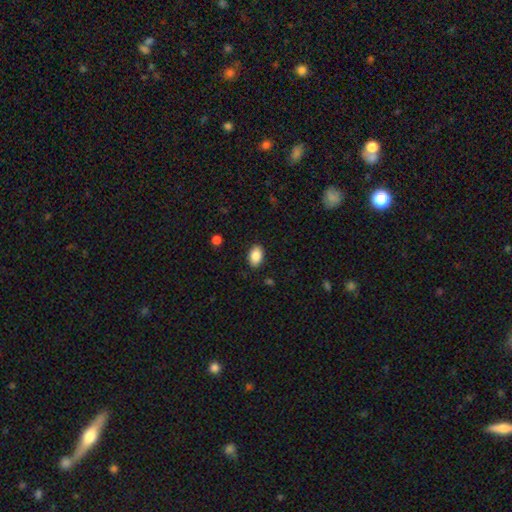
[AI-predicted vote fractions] The model was most divided on "merging": none: 88%, minor disturbance: 9%, major disturbance: 2%, merger: 1%. More confident: how rounded — in between (90%); smooth or featured — smooth (88%).